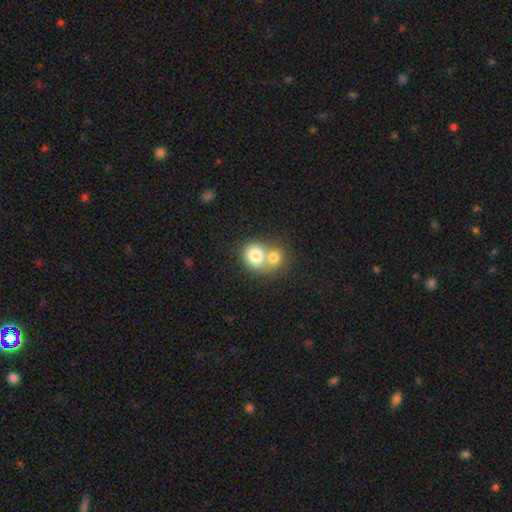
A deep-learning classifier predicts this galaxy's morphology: The model was most divided on "merging": merger: 65%, none: 27%, minor disturbance: 5%, major disturbance: 2%. More confident: how rounded — round (77%); smooth or featured — smooth (77%).